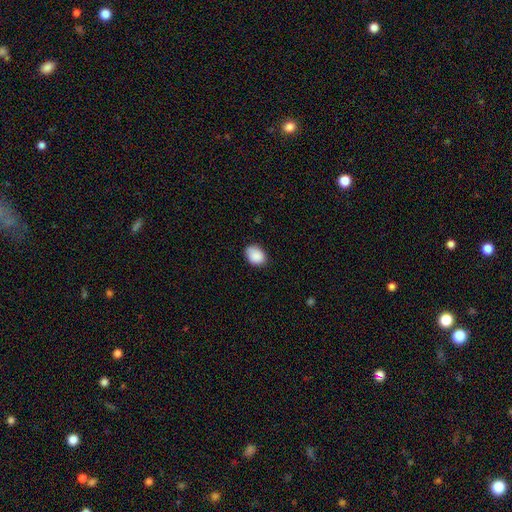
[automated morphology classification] A smooth galaxy with no disk features (89%) that is in between round and cigar-shaped (65%). Merging: none (77%).